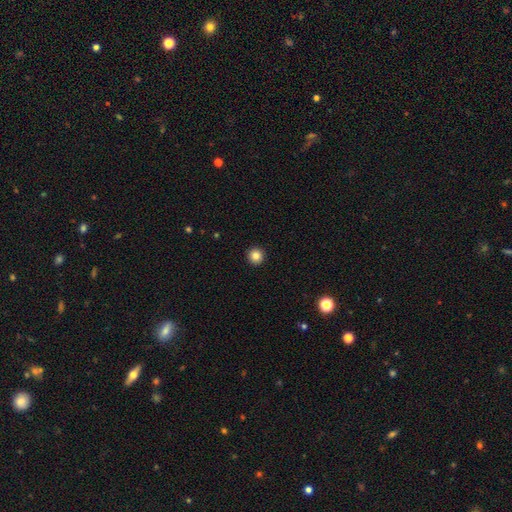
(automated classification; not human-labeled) This appears to be a smooth galaxy with no disk features (84%) that is round (96%). Merging: none (94%).